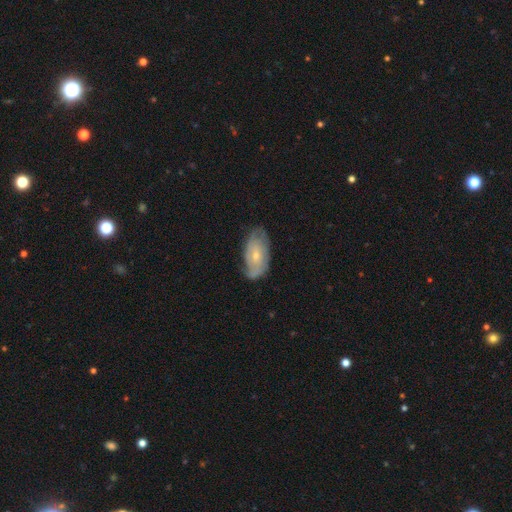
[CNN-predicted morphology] type=featured or disk (59%); edge-on=no (93%); bar=no (71%); spiral arms=yes (78%); bulge=small (60%); merging=none (65%).